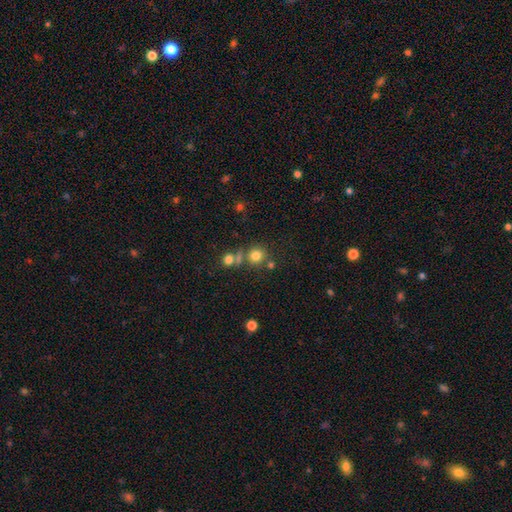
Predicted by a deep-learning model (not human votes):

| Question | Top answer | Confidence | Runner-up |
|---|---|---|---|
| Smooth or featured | smooth | 77% | star or artifact (15%) |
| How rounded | round | 89% | in between (10%) |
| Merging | none | 66% | merger (20%) |